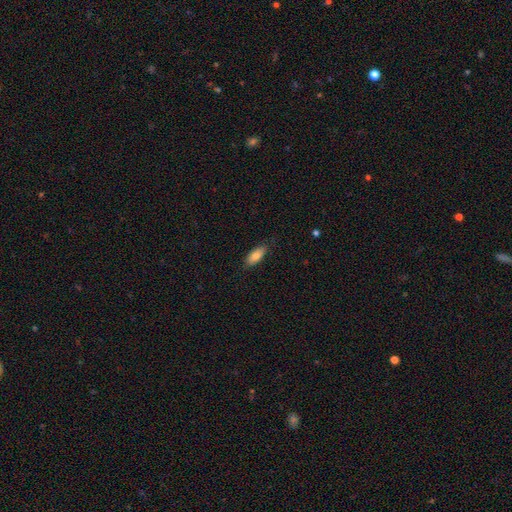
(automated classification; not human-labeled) smooth_or_featured: smooth (p=0.81) [alt: featured or disk p=0.12]
how_rounded: in between (p=0.82) [alt: cigar-shaped p=0.16]
merging: none (p=0.82) [alt: minor disturbance p=0.14]